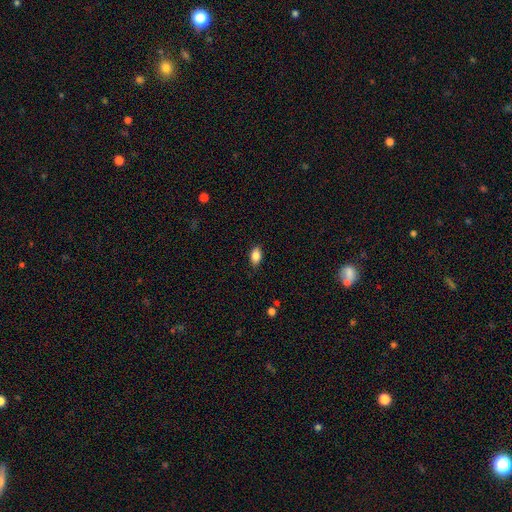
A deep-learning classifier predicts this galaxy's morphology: Overall: smooth (85%). How rounded: in between (89%). Merging: none (85%).